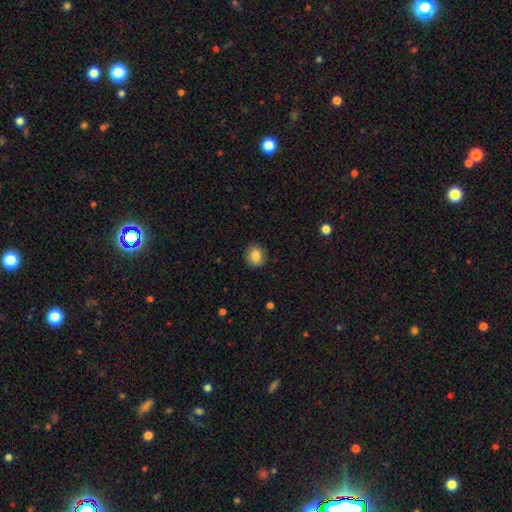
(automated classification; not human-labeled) Smooth or featured?
  - smooth: 84% *
  - star or artifact: 9%
  - featured or disk: 8%
How rounded?
  - round: 65% *
  - in between: 34%
  - cigar-shaped: 1%
Merging?
  - none: 85% *
  - minor disturbance: 11%
  - major disturbance: 3%
  - merger: 1%